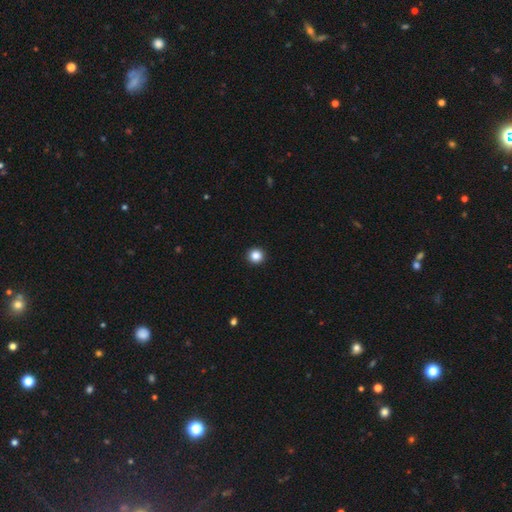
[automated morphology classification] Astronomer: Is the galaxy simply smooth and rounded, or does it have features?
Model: smooth — 86%.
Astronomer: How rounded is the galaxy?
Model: round — 95%.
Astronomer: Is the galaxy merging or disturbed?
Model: none — 94%.